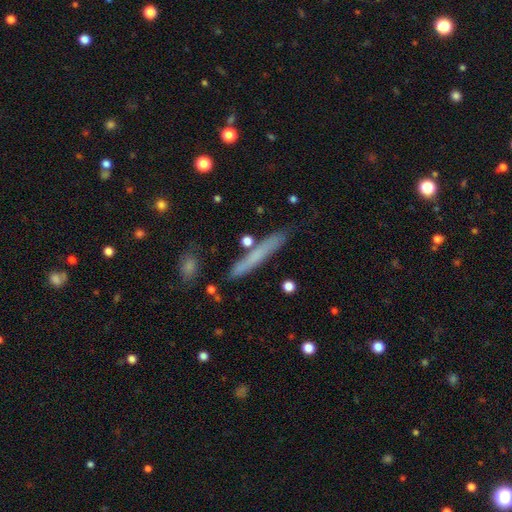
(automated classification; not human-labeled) Smooth or featured? Predicted: smooth (p=0.64). How rounded? Predicted: cigar-shaped (p=0.95). Merging? Predicted: none (p=0.83).